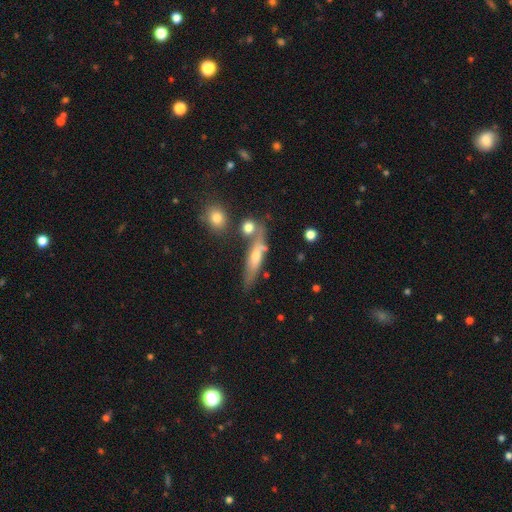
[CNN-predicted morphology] smooth-or-featured: featured or disk: 50% | smooth: 41% | star or artifact: 9%
  merging: none: 53% | minor disturbance: 19% | merger: 19% | major disturbance: 9%